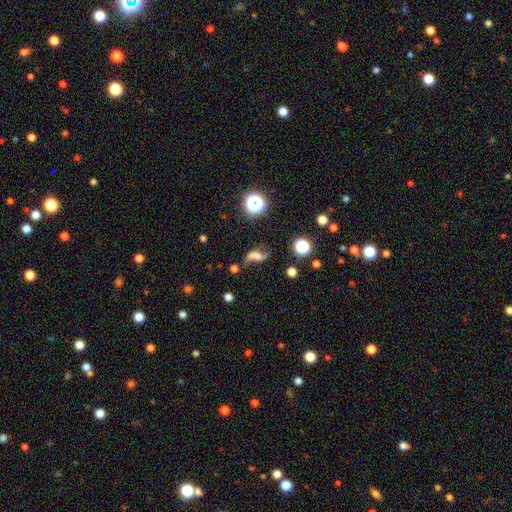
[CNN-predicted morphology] Q: Smooth or featured?
A: featured or disk (62%); runner-up: smooth (21%)
Q: Edge-on disk?
A: no (95%); runner-up: yes (5%)
Q: Bar?
A: no (51%); runner-up: weak (34%)
Q: Spiral arms?
A: yes (88%); runner-up: no (12%)
Q: Spiral winding?
A: loose (88%); runner-up: medium (9%)
Q: Spiral arm count?
A: 2 (87%); runner-up: 1 (8%)
Q: Bulge size?
A: none (37%); runner-up: small (25%)
Q: Merging?
A: none (49%); runner-up: major disturbance (20%)